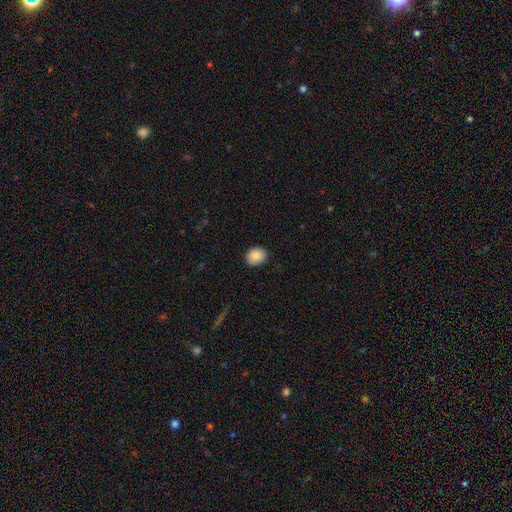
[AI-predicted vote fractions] Q: Smooth or featured?
A: smooth (85%); runner-up: star or artifact (8%)
Q: How rounded?
A: round (55%); runner-up: in between (44%)
Q: Merging?
A: none (88%); runner-up: minor disturbance (10%)